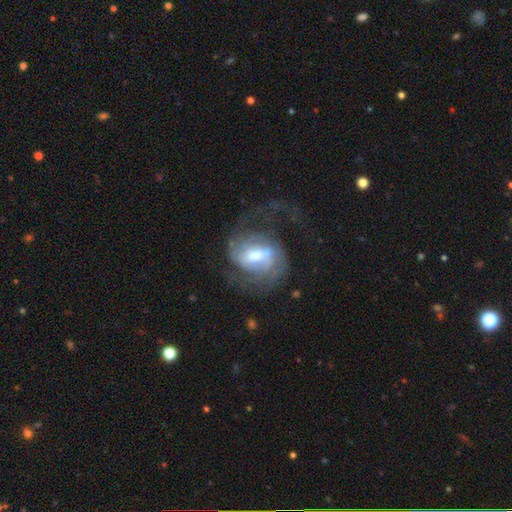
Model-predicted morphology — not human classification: Smooth or featured?
  - featured or disk: 83% *
  - smooth: 11%
  - star or artifact: 6%
Edge-on disk?
  - no: 97% *
  - yes: 3%
Bar?
  - weak: 48% *
  - no: 27%
  - strong: 24%
Spiral arms?
  - yes: 92% *
  - no: 8%
Spiral winding?
  - medium: 43% *
  - loose: 34%
  - tight: 23%
Spiral arm count?
  - 2: 62% *
  - can't tell: 14%
  - 1: 10%
  - 3: 8%
  - 4: 3%
  - more than 4: 3%
Bulge size?
  - moderate: 63% *
  - small: 28%
  - large: 7%
  - none: 1%
  - dominant: 1%
Merging?
  - none: 49% *
  - major disturbance: 32%
  - minor disturbance: 16%
  - merger: 2%